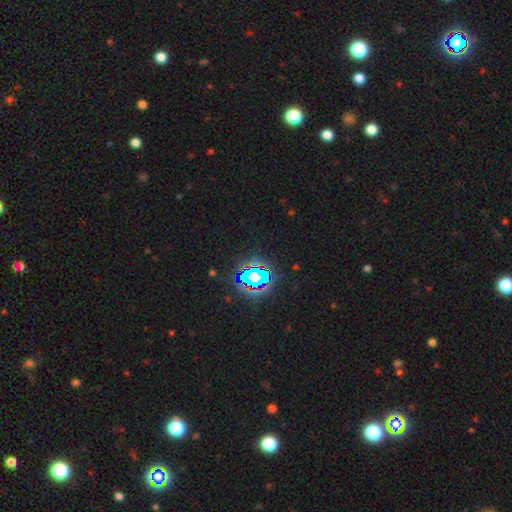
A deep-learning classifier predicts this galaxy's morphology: A star or artifact, not a galaxy (80%).